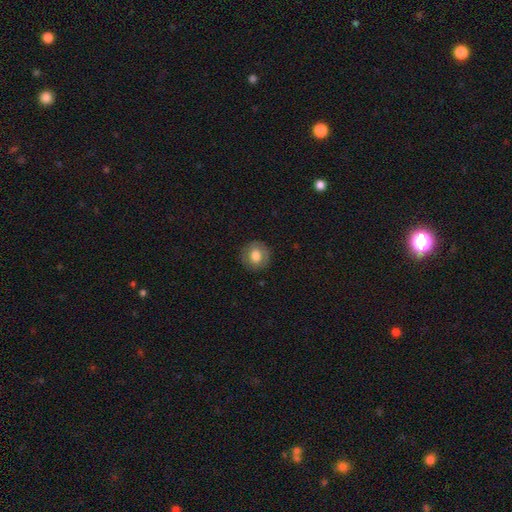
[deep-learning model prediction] Overall: smooth (69%). How rounded: round (87%). Merging: none (86%).